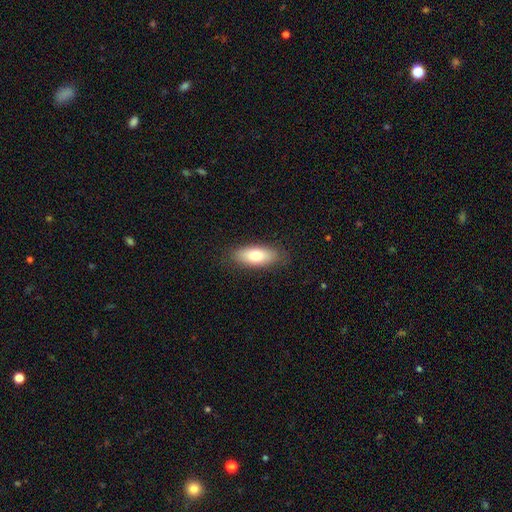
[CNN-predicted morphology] smooth_or_featured: smooth (p=0.75) [alt: featured or disk p=0.19]
how_rounded: in between (p=0.78) [alt: cigar-shaped p=0.19]
merging: none (p=0.85) [alt: minor disturbance p=0.11]